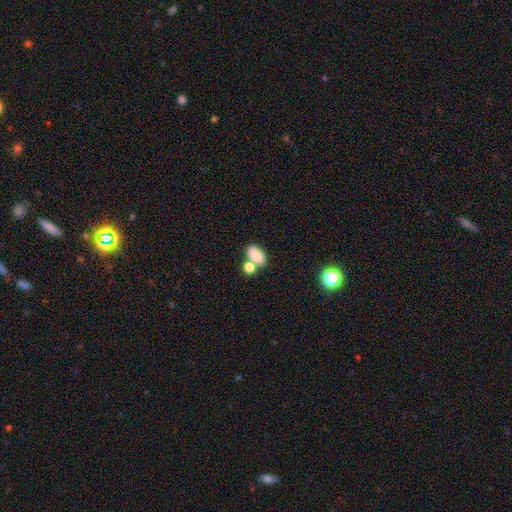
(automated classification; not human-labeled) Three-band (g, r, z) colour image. It shows a smooth galaxy with no disk features (83%) that is in between round and cigar-shaped (89%). Merging: none (49%).